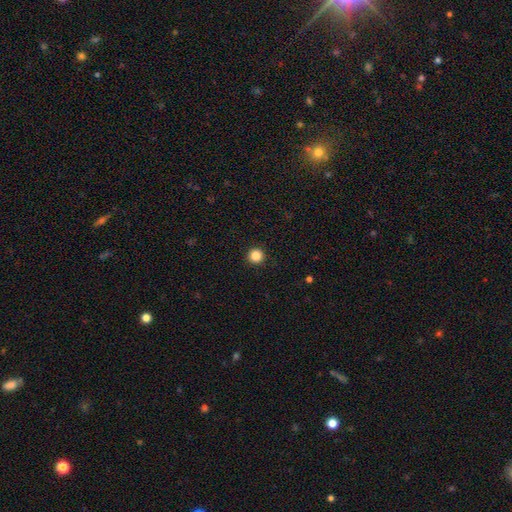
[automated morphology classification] Smooth or featured? Predicted: smooth (p=0.85). How rounded? Predicted: round (p=0.96). Merging? Predicted: none (p=0.93).